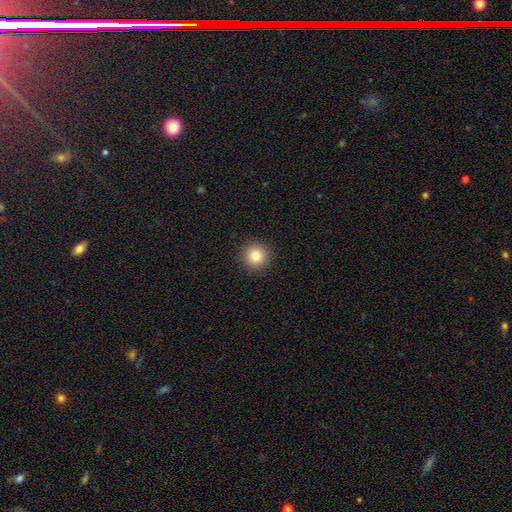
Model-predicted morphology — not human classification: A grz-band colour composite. It shows a smooth galaxy with no disk features (82%) that is round (96%). Merging: none (93%).